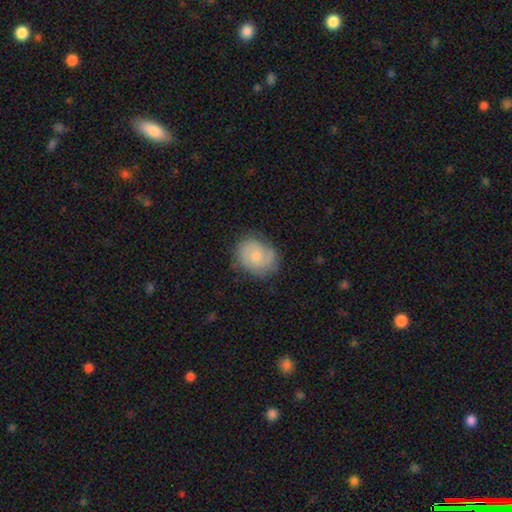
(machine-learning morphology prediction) Smooth or featured? Predicted: smooth (p=0.49). Merging? Predicted: none (p=0.72).